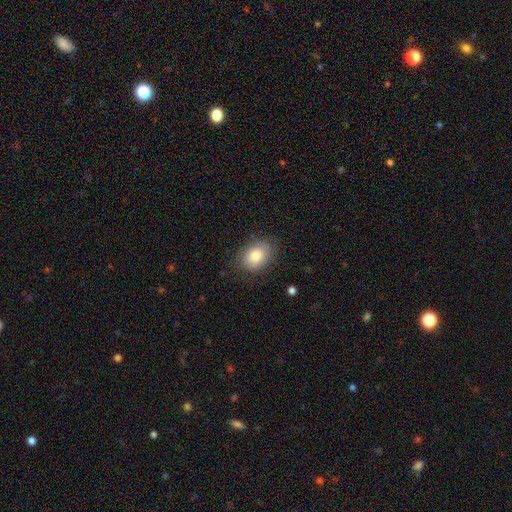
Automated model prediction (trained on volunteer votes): Q: Smooth or featured?
A: smooth (80%); runner-up: featured or disk (12%)
Q: How rounded?
A: in between (70%); runner-up: round (29%)
Q: Merging?
A: none (79%); runner-up: minor disturbance (15%)